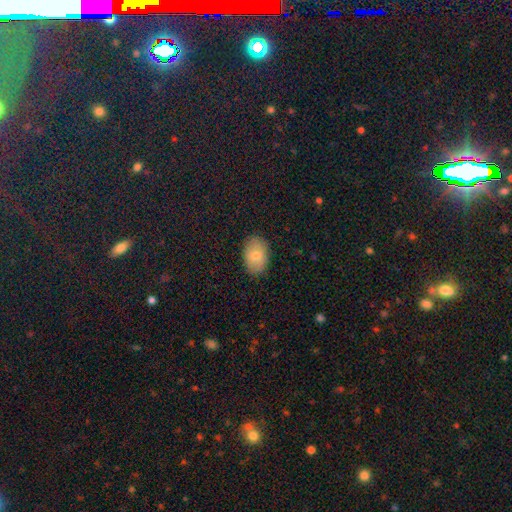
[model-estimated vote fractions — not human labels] Smooth or featured?
  - smooth: 77% *
  - featured or disk: 16%
  - star or artifact: 7%
How rounded?
  - in between: 86% *
  - round: 13%
  - cigar-shaped: 1%
Merging?
  - none: 86% *
  - minor disturbance: 11%
  - major disturbance: 2%
  - merger: 1%